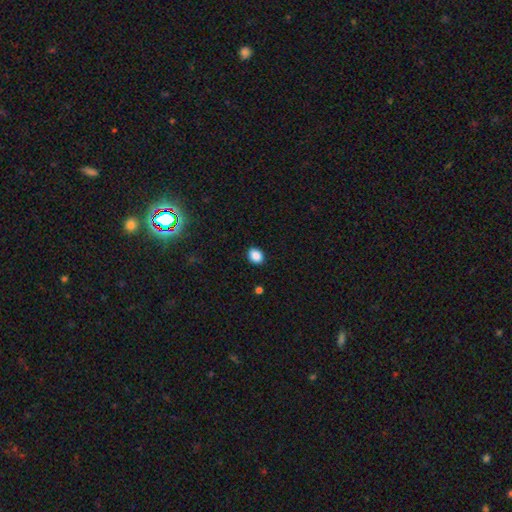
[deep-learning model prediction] Smooth or featured? Predicted: smooth (p=0.88). How rounded? Predicted: in between (p=0.56). Merging? Predicted: none (p=0.89).